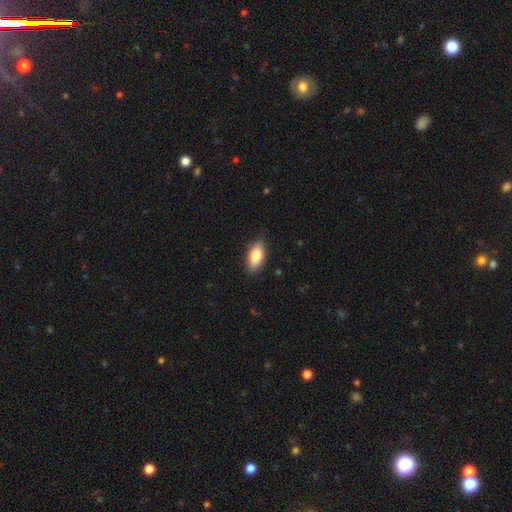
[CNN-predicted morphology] This appears to be a smooth galaxy with no disk features (81%) that is in between round and cigar-shaped (86%). Merging: none (84%).